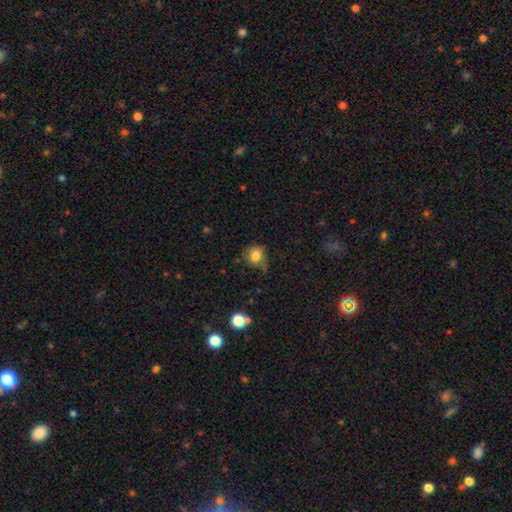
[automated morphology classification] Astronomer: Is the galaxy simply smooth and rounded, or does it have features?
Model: smooth — 79%.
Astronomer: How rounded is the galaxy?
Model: round — 72%.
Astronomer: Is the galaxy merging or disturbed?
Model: none — 52% (runner-up: minor disturbance, 33%).